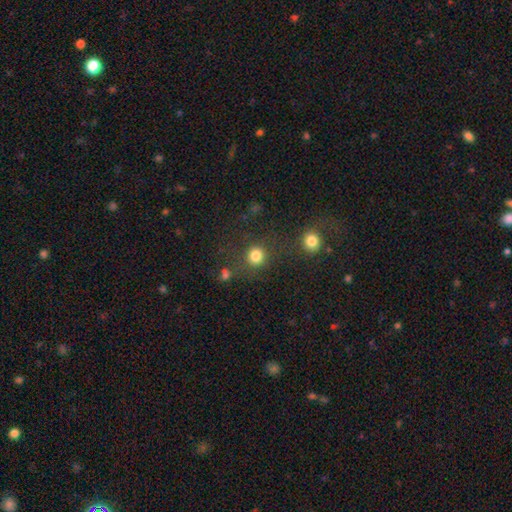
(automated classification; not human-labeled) A smooth galaxy with no disk features (82%) that is round (91%).

Vote fractions:
- Smooth or featured? smooth: 82% / star or artifact: 13% / featured or disk: 5%
- How rounded? round: 91% / in between: 8% / cigar-shaped: 1%
- Merging? none: 77% / merger: 9% / minor disturbance: 9% / major disturbance: 5%